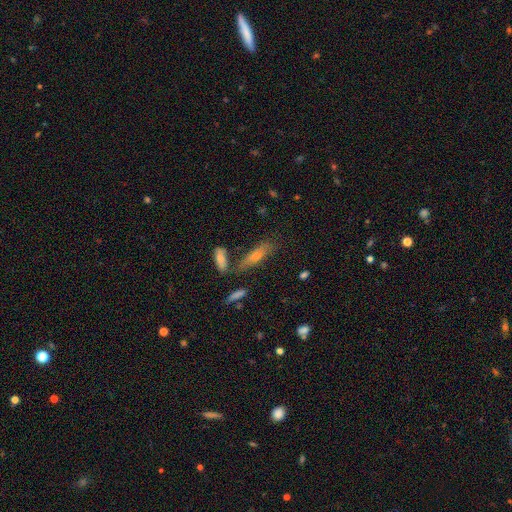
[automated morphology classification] Overall: smooth (67%). How rounded: cigar-shaped (59%; in between 38%). Merging: none (58%; minor disturbance 18%).